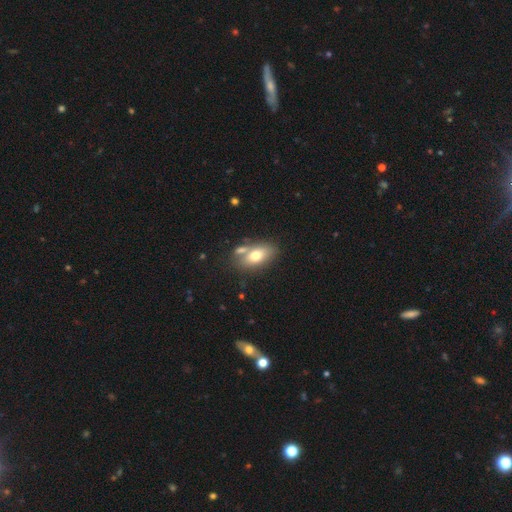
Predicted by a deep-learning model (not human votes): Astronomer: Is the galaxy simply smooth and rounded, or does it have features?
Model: smooth — 71%.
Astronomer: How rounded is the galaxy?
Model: in between — 87%.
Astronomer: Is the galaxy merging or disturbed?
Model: none — 59%.